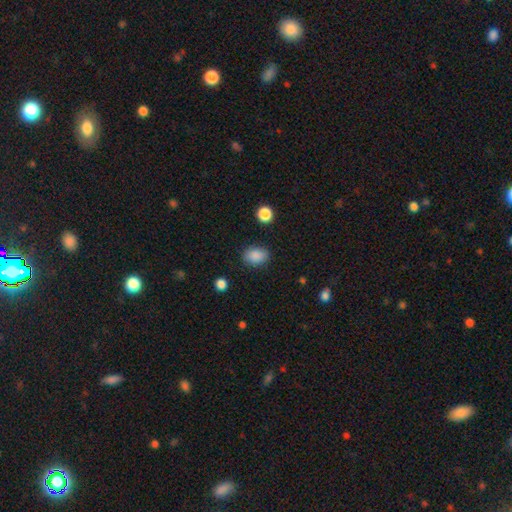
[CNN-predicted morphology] A smooth galaxy with no disk features (87%) that is in between round and cigar-shaped (72%). Merging: none (84%).